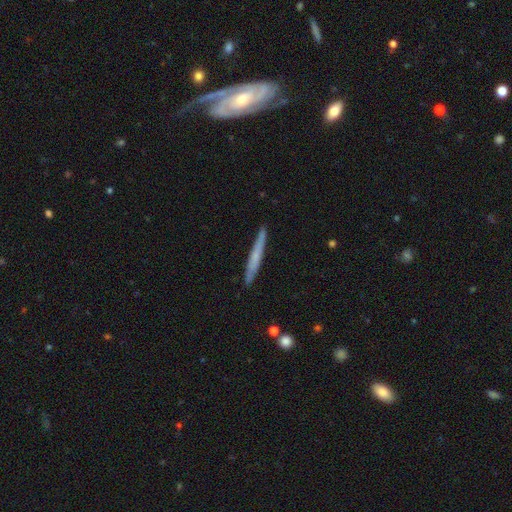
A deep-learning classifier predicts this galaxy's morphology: Overall: smooth (52%; featured or disk 41%). How rounded: cigar-shaped (96%). Merging: none (88%).